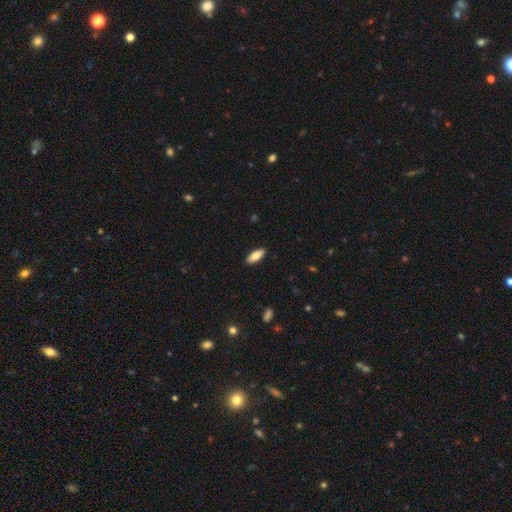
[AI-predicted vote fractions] Q: Smooth or featured?
A: smooth (80%); runner-up: featured or disk (14%)
Q: How rounded?
A: in between (72%); runner-up: cigar-shaped (26%)
Q: Merging?
A: none (90%); runner-up: minor disturbance (7%)